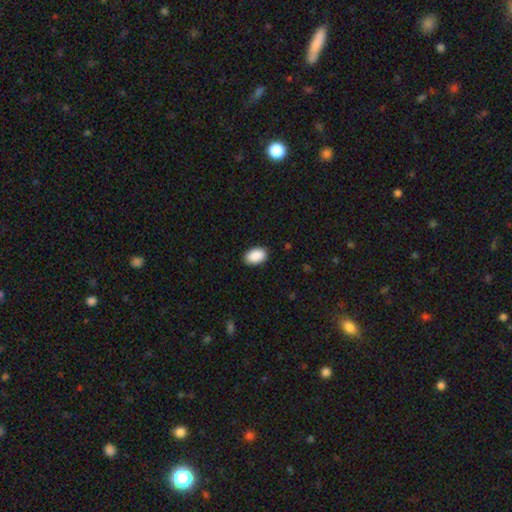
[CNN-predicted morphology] smooth 91%, star or artifact 6%, featured or disk 2%. Down the decision tree: how rounded — in between (92%); merging — none (89%).